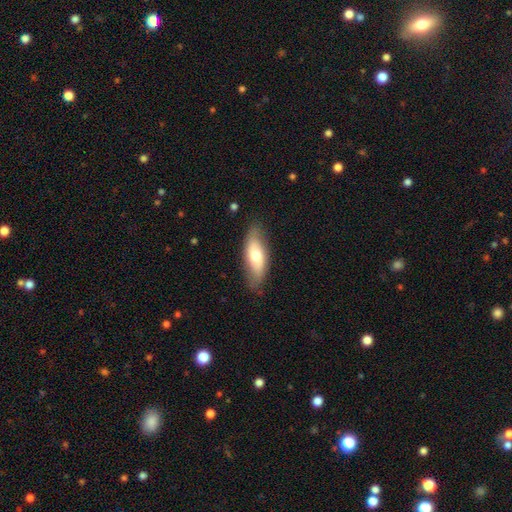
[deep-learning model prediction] A smooth galaxy with no disk features (60%) that is in between round and cigar-shaped (73%). Merging: none (81%).